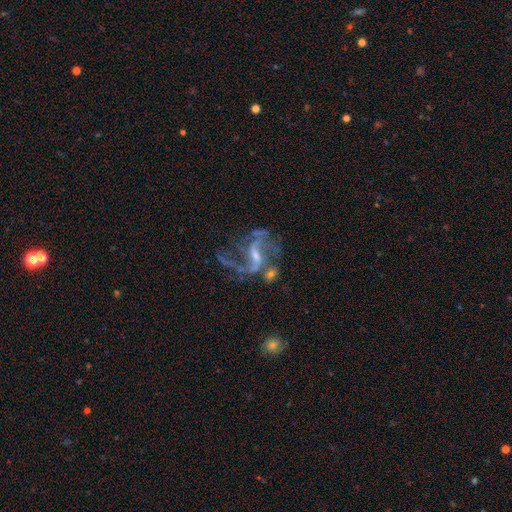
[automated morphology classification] A featured or disk galaxy (84%) with a weak bar (47%), 2 (66%) loose (67%) spiral arms (89%) and a small central bulge (51%). Merging: none (41%).